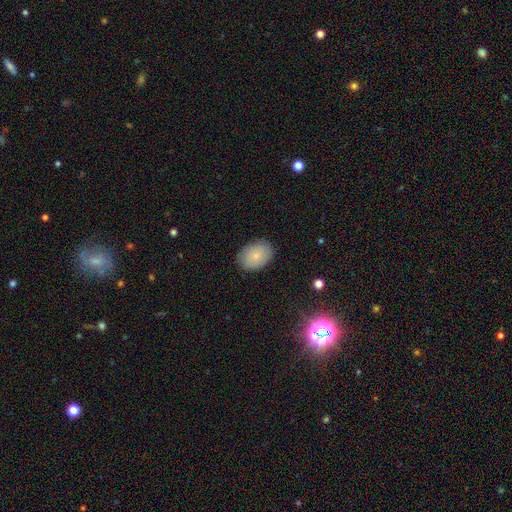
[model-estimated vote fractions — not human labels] smooth 80%, featured or disk 12%, star or artifact 7%. Down the decision tree: how rounded — in between (77%); merging — none (85%).